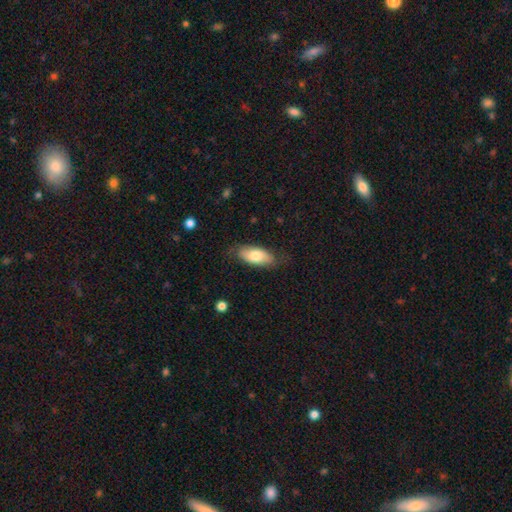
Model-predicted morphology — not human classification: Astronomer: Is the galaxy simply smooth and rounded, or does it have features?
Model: smooth — 75%.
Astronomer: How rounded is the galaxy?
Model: in between — 88%.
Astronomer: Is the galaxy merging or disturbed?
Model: none — 75%.